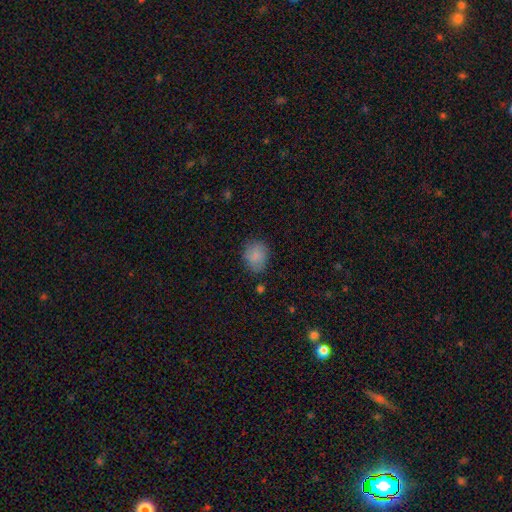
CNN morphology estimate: Smooth or featured: smooth — 84% (star or artifact — 10%)
How rounded: round — 54% (in between — 45%)
Merging: none — 76% (minor disturbance — 18%)